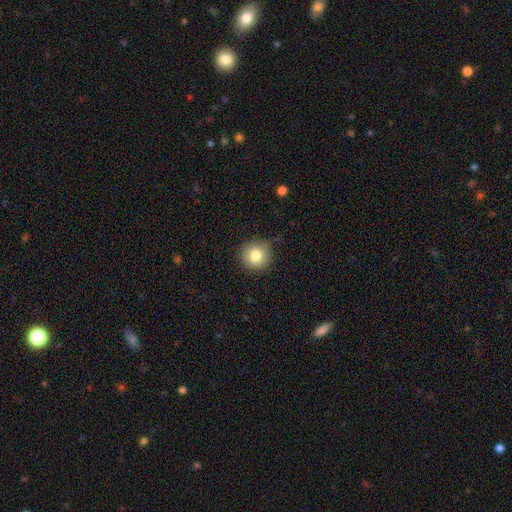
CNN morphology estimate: This appears to be a smooth galaxy with no disk features (82%) that is round (92%). Merging: none (86%).